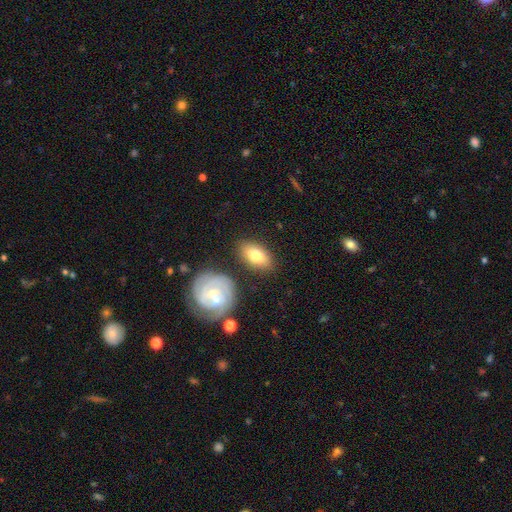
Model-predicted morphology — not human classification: smooth_or_featured: smooth (p=0.72) [alt: featured or disk p=0.22]
how_rounded: in between (p=0.89) [alt: round p=0.06]
merging: none (p=0.79) [alt: minor disturbance p=0.12]